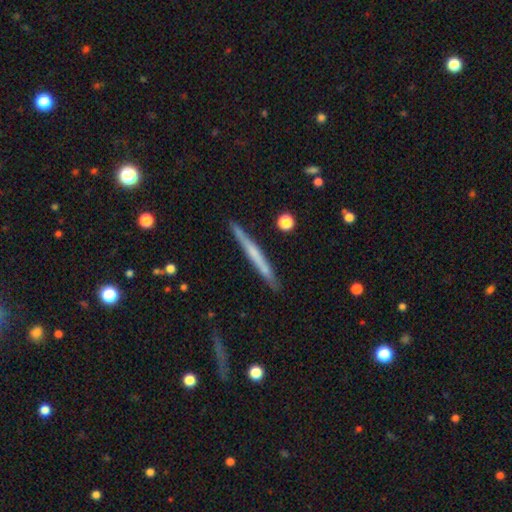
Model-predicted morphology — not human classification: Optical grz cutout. It shows a featured or disk galaxy (53%) viewed edge-on (97%) with no central bulge (76%). Merging: none (89%).